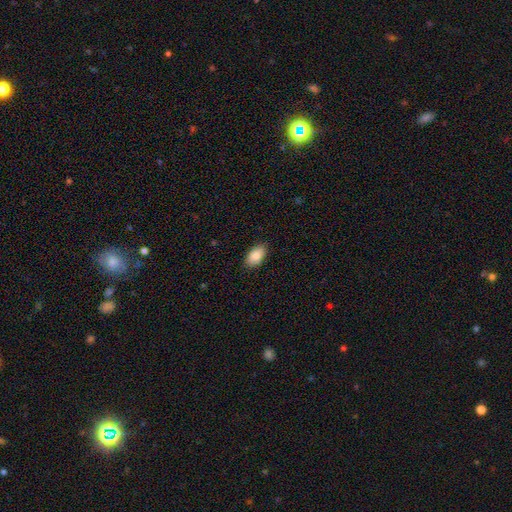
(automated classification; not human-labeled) Overall: smooth (87%). How rounded: in between (93%). Merging: none (86%).